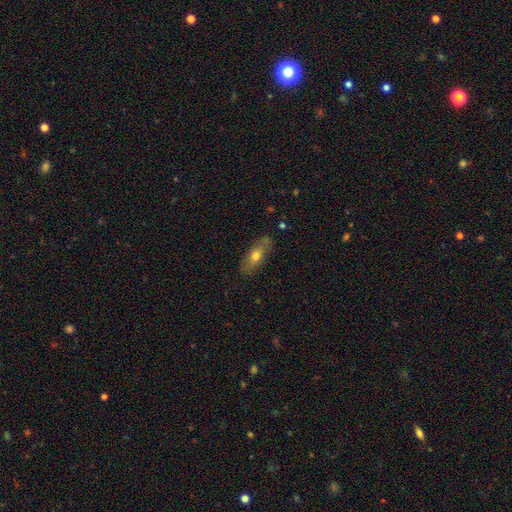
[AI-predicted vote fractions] Smooth or featured? Predicted: smooth (p=0.63). How rounded? Predicted: in between (p=0.65). Merging? Predicted: none (p=0.80).